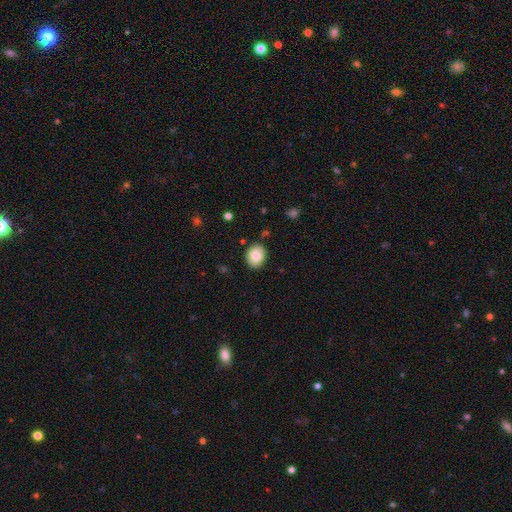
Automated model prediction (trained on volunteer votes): Smooth or featured?
  - smooth: 83% *
  - featured or disk: 9%
  - star or artifact: 8%
How rounded?
  - in between: 50% *
  - round: 49%
  - cigar-shaped: 1%
Merging?
  - none: 88% *
  - minor disturbance: 9%
  - major disturbance: 2%
  - merger: 1%